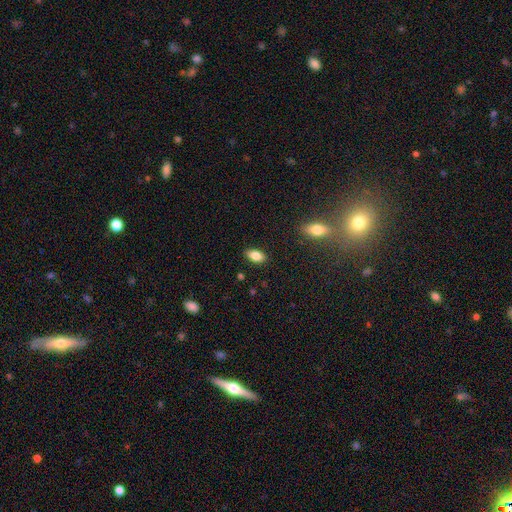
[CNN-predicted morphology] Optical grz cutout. It shows a smooth galaxy with no disk features (82%) that is in between round and cigar-shaped (89%). Merging: none (86%).